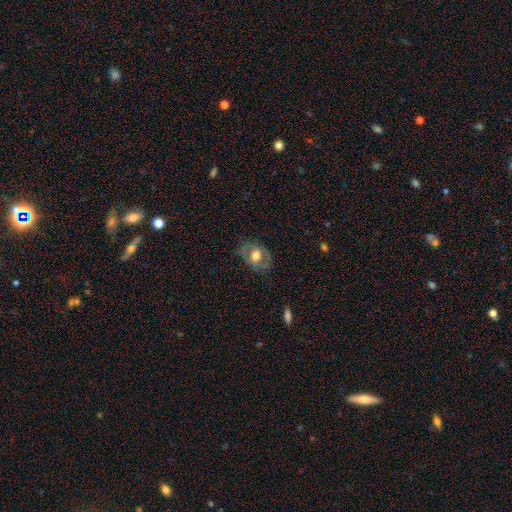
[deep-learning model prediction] Smooth or featured? Predicted: featured or disk (p=0.47). Merging? Predicted: none (p=0.67).